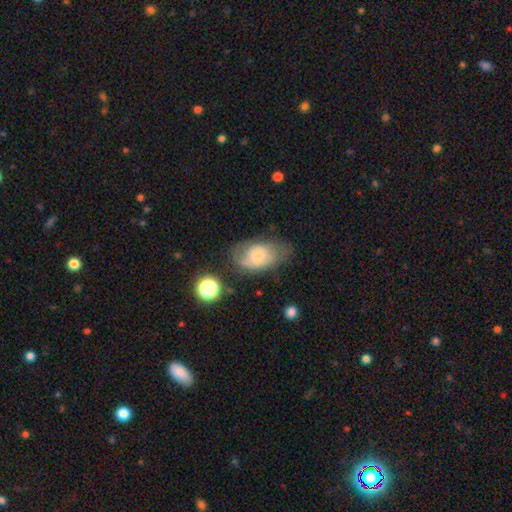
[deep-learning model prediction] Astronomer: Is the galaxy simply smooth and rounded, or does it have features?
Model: smooth — 53% (runner-up: featured or disk, 38%).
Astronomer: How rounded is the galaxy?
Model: in between — 86%.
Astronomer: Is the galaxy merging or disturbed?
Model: none — 54%.